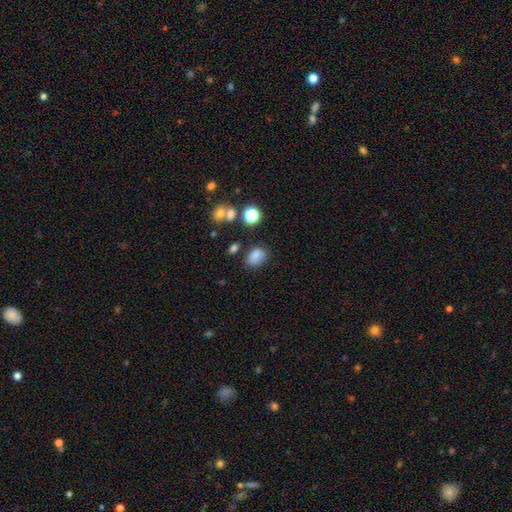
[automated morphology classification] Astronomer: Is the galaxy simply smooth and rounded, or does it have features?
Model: smooth — 79%.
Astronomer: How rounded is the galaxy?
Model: in between — 73%.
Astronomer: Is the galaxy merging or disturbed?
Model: none — 69%.